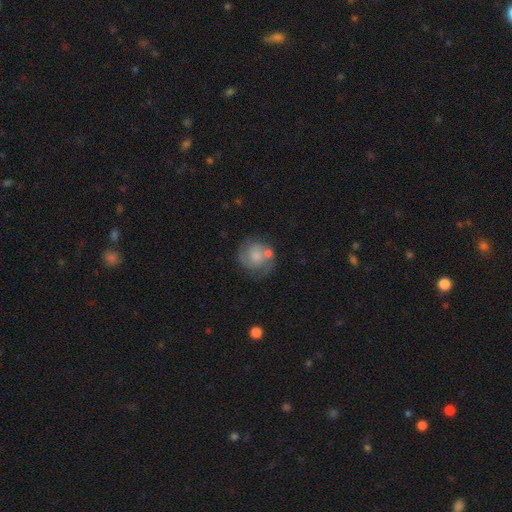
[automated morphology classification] This appears to be a featured or disk galaxy (57%) with no bar (71%), spiral arms (84%) and a moderate central bulge (39%). Merging: none (54%).